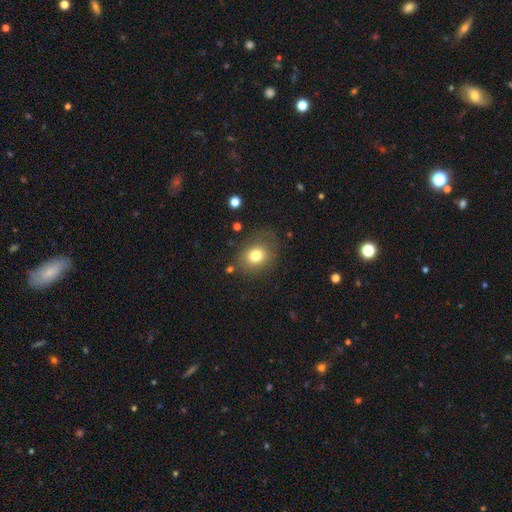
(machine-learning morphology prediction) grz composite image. It shows a smooth galaxy with no disk features (77%) that is round (57%). Merging: none (72%).